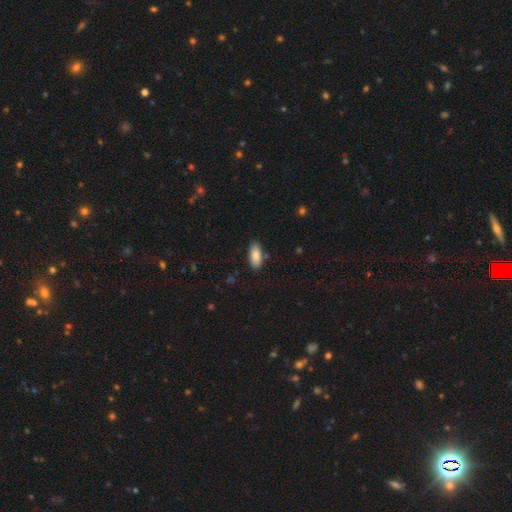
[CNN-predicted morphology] A smooth galaxy with no disk features (86%) that is in between round and cigar-shaped (88%). Merging: none (84%).